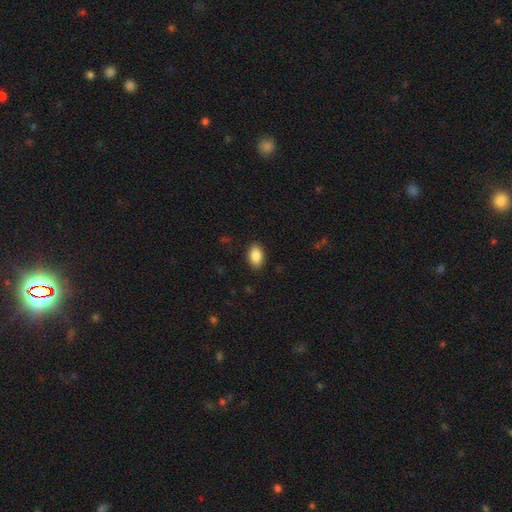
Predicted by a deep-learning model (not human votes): A smooth galaxy with no disk features (88%) that is in between round and cigar-shaped (90%).

Vote fractions:
- Smooth or featured? smooth: 88% / star or artifact: 7% / featured or disk: 5%
- How rounded? in between: 90% / round: 8% / cigar-shaped: 2%
- Merging? none: 89% / minor disturbance: 8% / major disturbance: 2% / merger: 1%